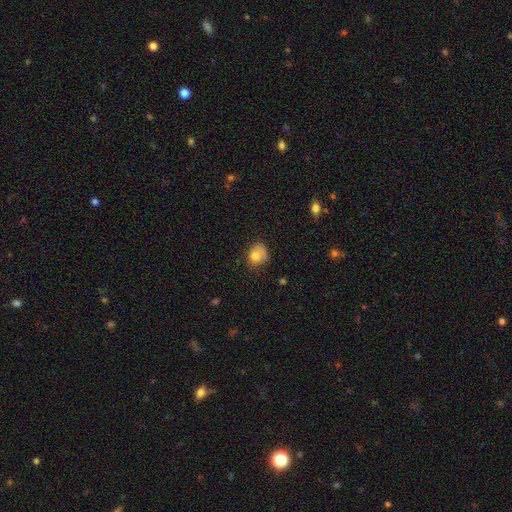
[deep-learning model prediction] Morphology: type=smooth (75%); roundness=round (55%); merging=none (44%).